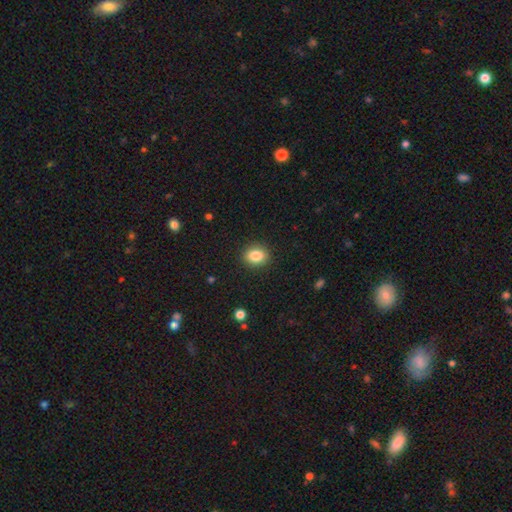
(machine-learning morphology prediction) smooth 85%, star or artifact 9%, featured or disk 5%. Down the decision tree: how rounded — round (55%); merging — none (90%).